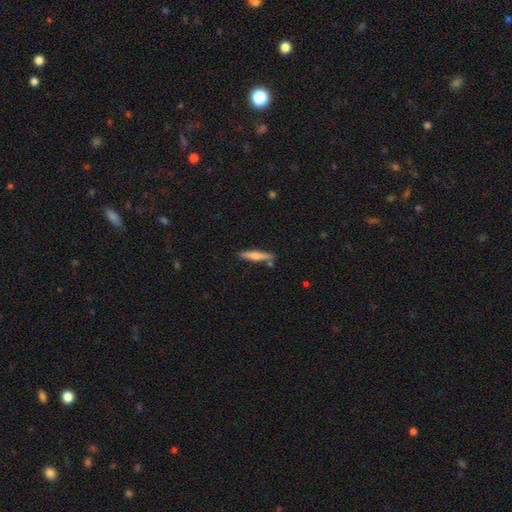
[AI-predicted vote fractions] A smooth galaxy with no disk features (56%) that is cigar-shaped (89%).

Vote fractions:
- Smooth or featured? smooth: 56% / featured or disk: 39% / star or artifact: 6%
- How rounded? cigar-shaped: 89% / in between: 9% / round: 2%
- Merging? none: 81% / minor disturbance: 11% / merger: 6% / major disturbance: 2%